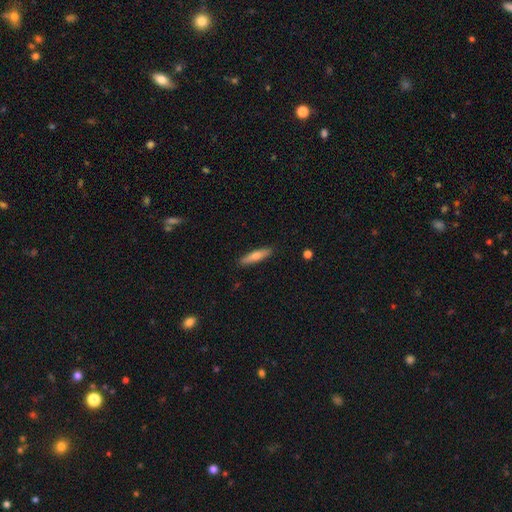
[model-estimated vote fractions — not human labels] This is likely a smooth galaxy (63%). How rounded: likely cigar-shaped (79%). Merging: clearly none (90%).